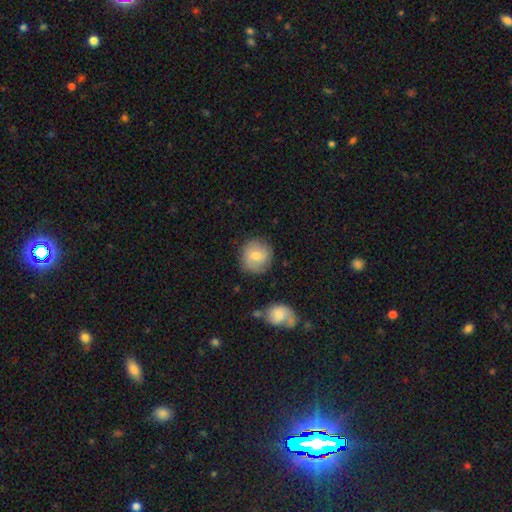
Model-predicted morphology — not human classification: This is likely a smooth galaxy (70%). How rounded: clearly round (90%). Merging: clearly none (83%).